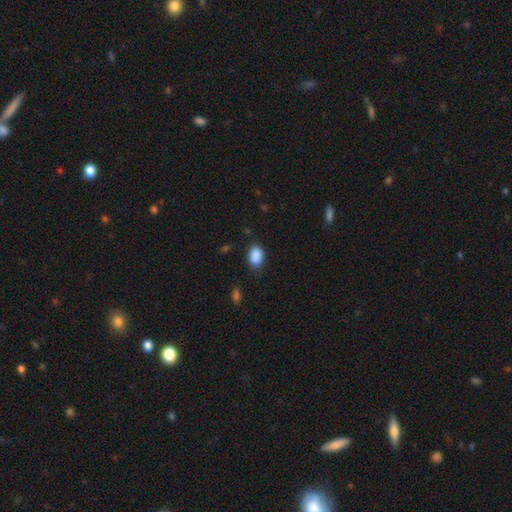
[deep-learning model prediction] This appears to be a smooth galaxy with no disk features (89%) that is in between round and cigar-shaped (86%). Merging: none (77%).